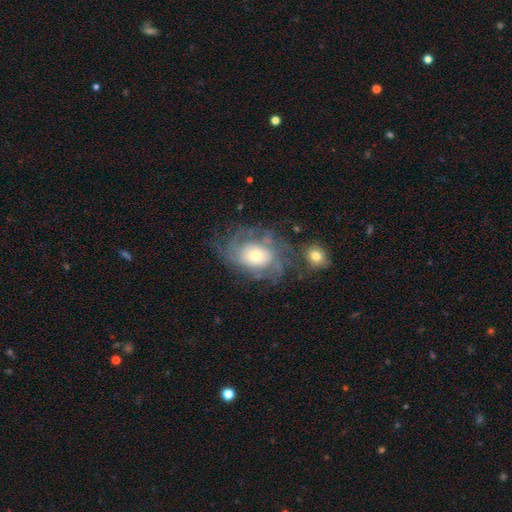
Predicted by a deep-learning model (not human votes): Q: Smooth or featured?
A: featured or disk (71%); runner-up: smooth (21%)
Q: Edge-on disk?
A: no (96%); runner-up: yes (4%)
Q: Bar?
A: no (81%); runner-up: weak (16%)
Q: Spiral arms?
A: yes (82%); runner-up: no (18%)
Q: Spiral winding?
A: tight (51%); runner-up: medium (33%)
Q: Spiral arm count?
A: can't tell (47%); runner-up: 3 (14%)
Q: Bulge size?
A: moderate (51%); runner-up: small (32%)
Q: Merging?
A: none (55%); runner-up: minor disturbance (19%)